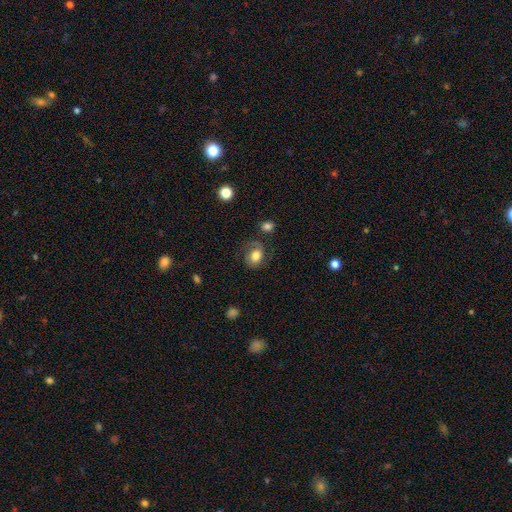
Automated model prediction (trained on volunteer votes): The model was most divided on "how rounded": in between: 53%, round: 46%, cigar-shaped: 1%. More confident: smooth or featured — smooth (65%); merging — none (62%).